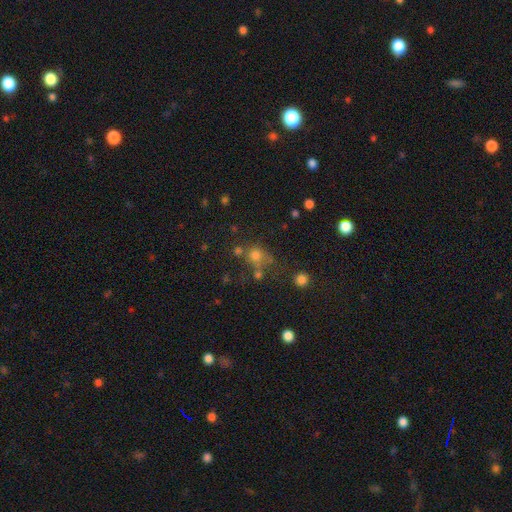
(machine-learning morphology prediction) A smooth galaxy with no disk features (66%) that is round (83%). Merging: none (57%).